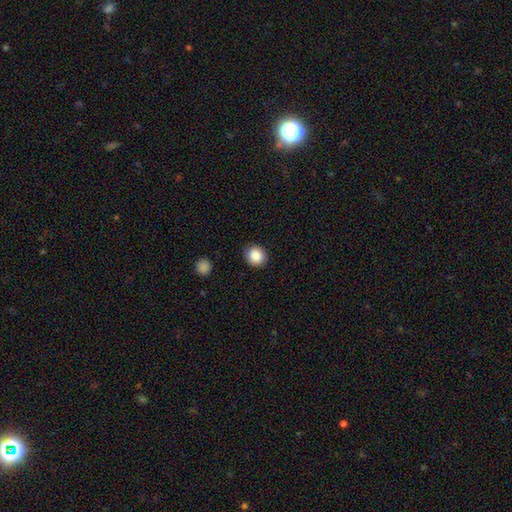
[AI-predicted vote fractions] A smooth galaxy with no disk features (87%) that is round (84%).

Vote fractions:
- Smooth or featured? smooth: 87% / star or artifact: 9% / featured or disk: 4%
- How rounded? round: 84% / in between: 16% / cigar-shaped: 1%
- Merging? none: 89% / minor disturbance: 8% / major disturbance: 2% / merger: 1%